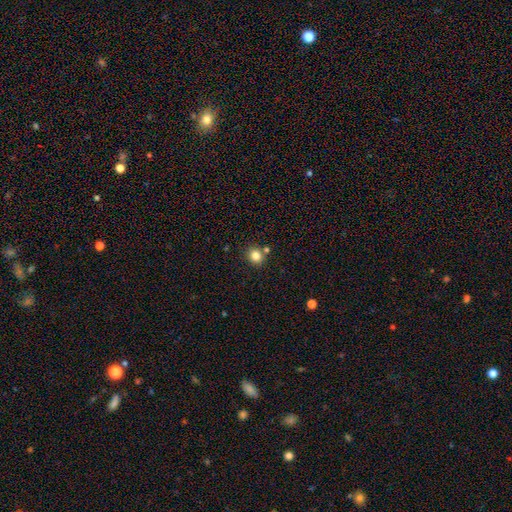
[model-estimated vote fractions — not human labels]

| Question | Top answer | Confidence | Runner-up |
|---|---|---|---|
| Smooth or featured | smooth | 82% | star or artifact (12%) |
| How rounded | round | 85% | in between (14%) |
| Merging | none | 79% | merger (10%) |